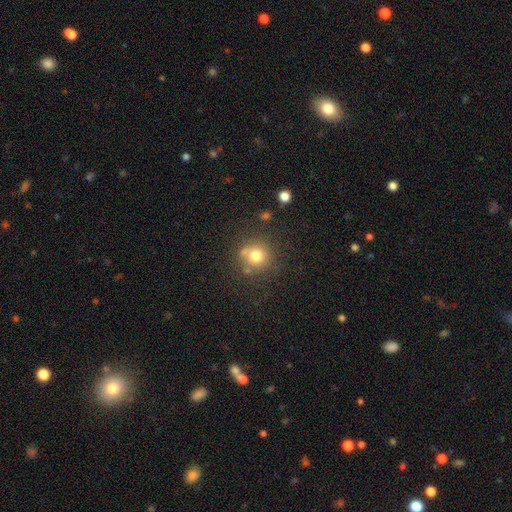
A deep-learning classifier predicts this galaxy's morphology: This appears to be a smooth galaxy with no disk features (74%) that is round (91%). Merging: none (68%).